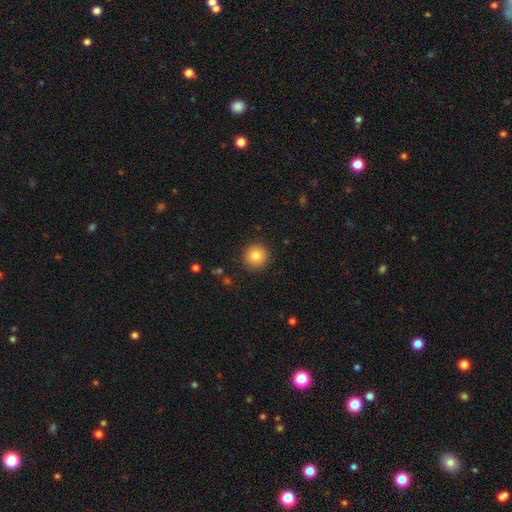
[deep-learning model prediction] Morphology: type=smooth (84%); roundness=round (94%); merging=none (91%).